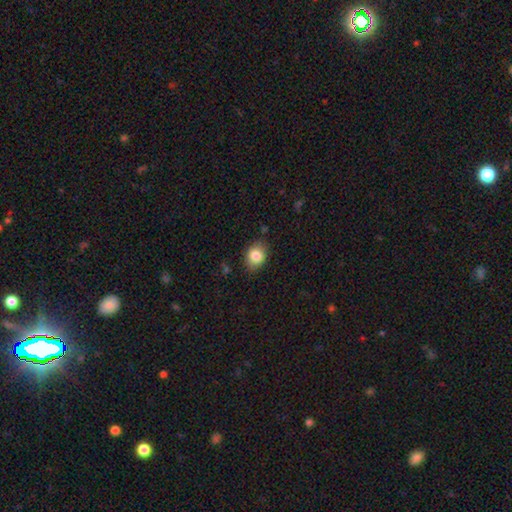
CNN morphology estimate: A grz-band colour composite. It shows a smooth galaxy with no disk features (84%) that is in between round and cigar-shaped (61%). Merging: none (81%).